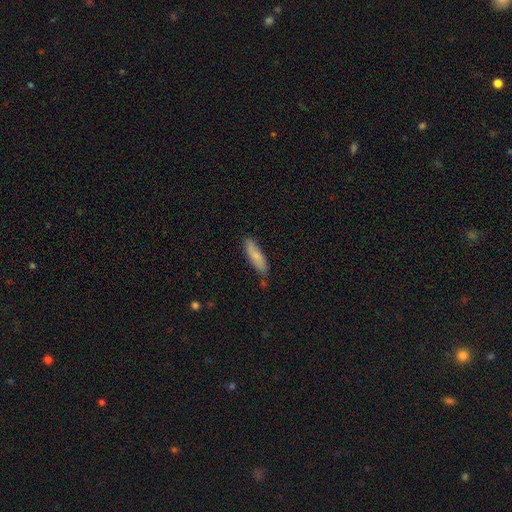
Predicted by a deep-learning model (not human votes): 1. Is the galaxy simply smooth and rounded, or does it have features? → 78% smooth, 16% featured or disk, 6% star or artifact.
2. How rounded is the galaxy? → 60% cigar-shaped, 38% in between, 2% round.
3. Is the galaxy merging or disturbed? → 82% none, 13% minor disturbance, 3% merger, 2% major disturbance.